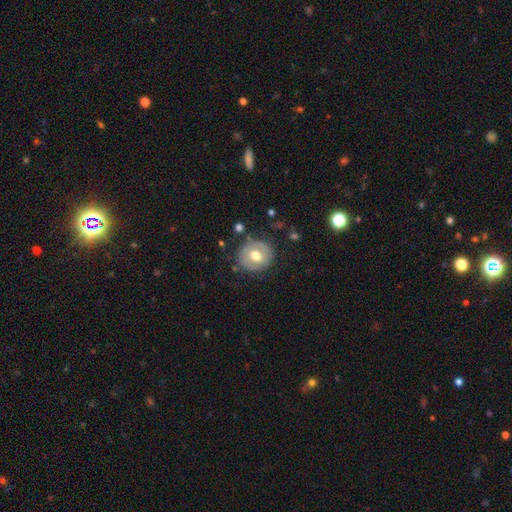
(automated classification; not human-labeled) Overall: smooth (58%; featured or disk 35%). How rounded: round (86%). Merging: none (82%).